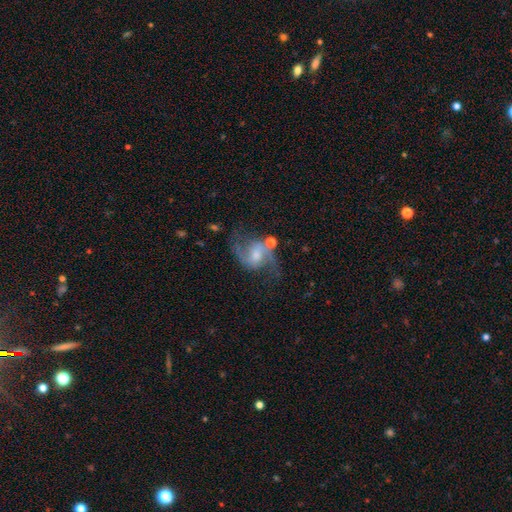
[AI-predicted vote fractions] This is clearly a featured or disk galaxy (83%). It is clearly not viewed edge-on (97%). Bar: possibly weak (47%). Spiral arm pattern: clearly yes (95%). Spiral arm count: clearly 2 (92%). Spiral winding: possibly loose (51%). Central bulge: marginally moderate (44%). Merging: likely none (66%).